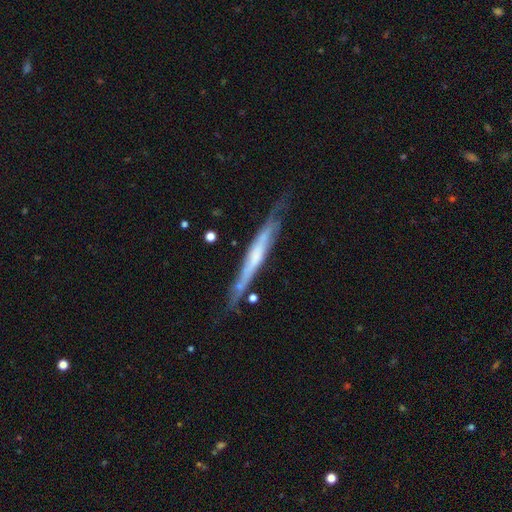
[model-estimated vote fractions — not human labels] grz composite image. It shows a featured or disk galaxy (63%) viewed edge-on (87%) with no central bulge (64%). Merging: none (64%).